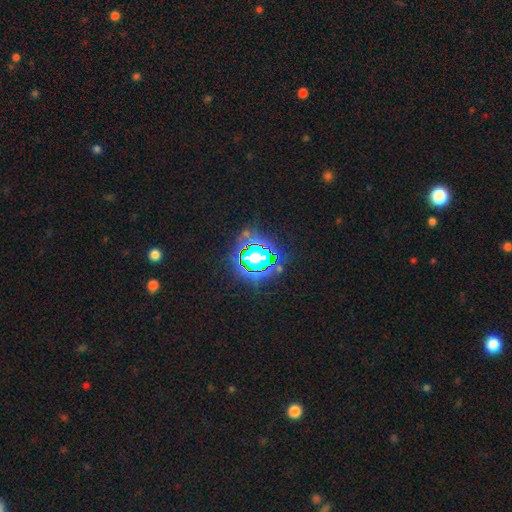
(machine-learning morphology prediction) Smooth or featured?
  - star or artifact: 81% *
  - smooth: 12%
  - featured or disk: 7%